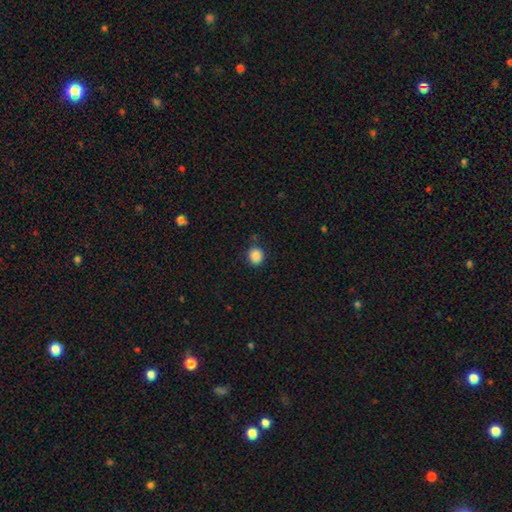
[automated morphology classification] Smooth or featured: smooth — 87% (star or artifact — 10%)
How rounded: round — 86% (in between — 13%)
Merging: none — 85% (minor disturbance — 10%)